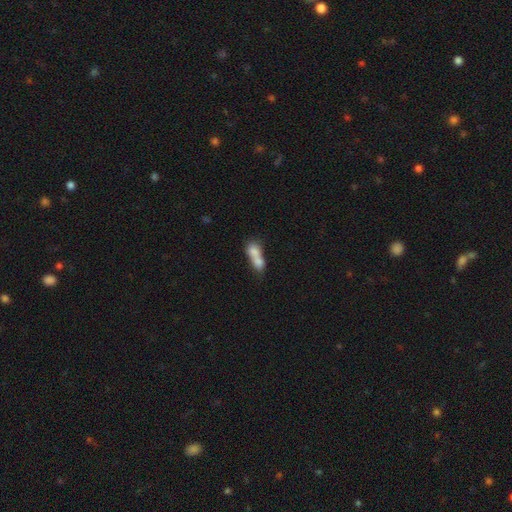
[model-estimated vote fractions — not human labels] Overall: smooth (70%). How rounded: in between (63%). Merging: merger (70%).